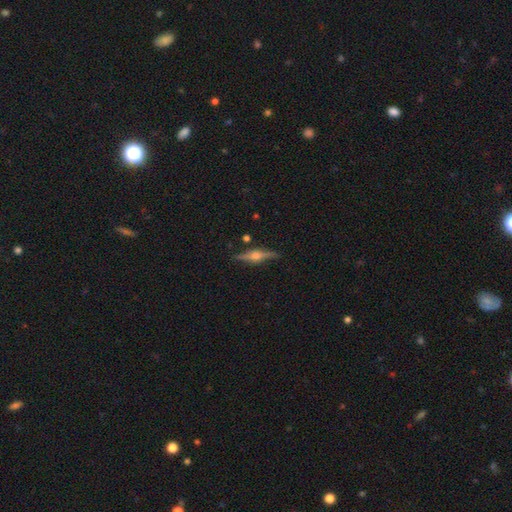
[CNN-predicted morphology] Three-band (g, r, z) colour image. It shows a featured or disk galaxy (81%) viewed edge-on (97%) with a rounded central bulge (91%). Merging: none (86%).